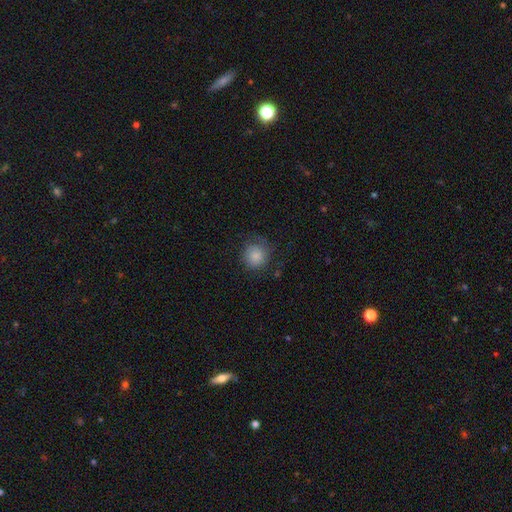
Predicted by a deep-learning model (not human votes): A smooth galaxy with no disk features (83%) that is round (91%). Merging: none (70%).